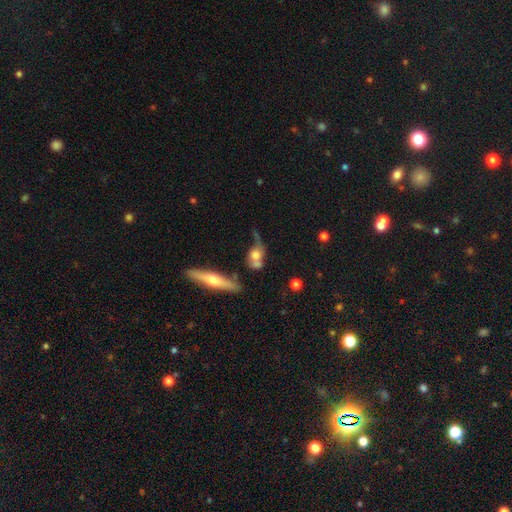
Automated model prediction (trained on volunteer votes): Smooth or featured? Predicted: smooth (p=0.50). How rounded? Predicted: in between (p=0.50). Merging? Predicted: none (p=0.30).